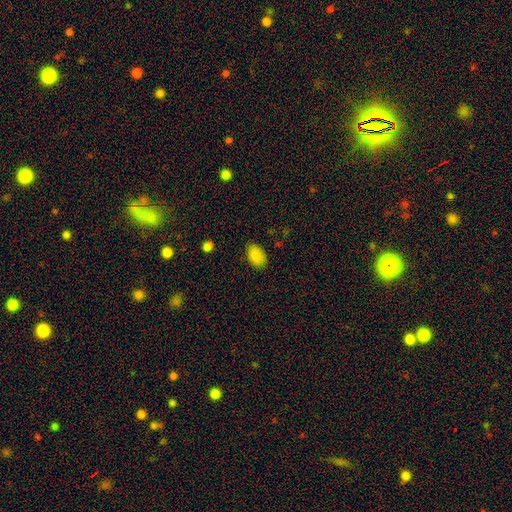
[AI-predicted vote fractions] Morphology: type=smooth (87%); roundness=in between (89%); merging=none (82%).